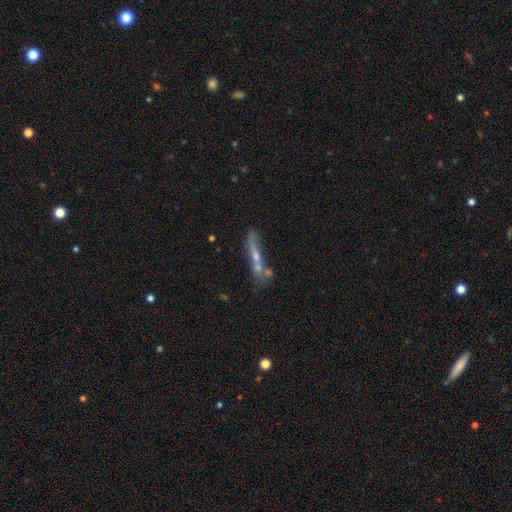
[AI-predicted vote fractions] Smooth or featured?
  - featured or disk: 50% *
  - smooth: 36%
  - star or artifact: 14%
Merging?
  - none: 51% *
  - merger: 27%
  - minor disturbance: 14%
  - major disturbance: 8%